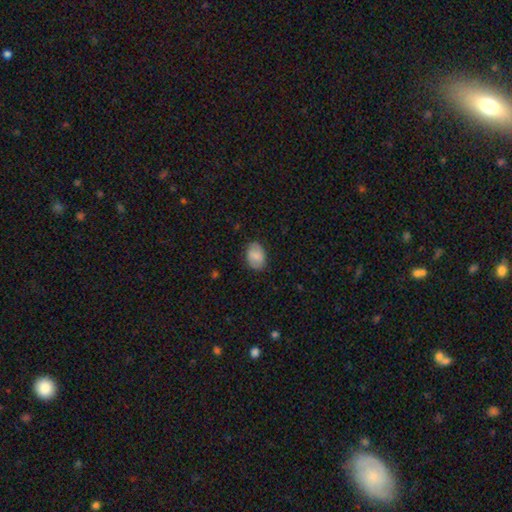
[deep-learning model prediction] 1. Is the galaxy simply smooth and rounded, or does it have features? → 77% smooth, 16% featured or disk, 7% star or artifact.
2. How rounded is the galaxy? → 84% in between, 15% round, 1% cigar-shaped.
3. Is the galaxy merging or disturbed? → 81% none, 14% minor disturbance, 3% major disturbance, 1% merger.